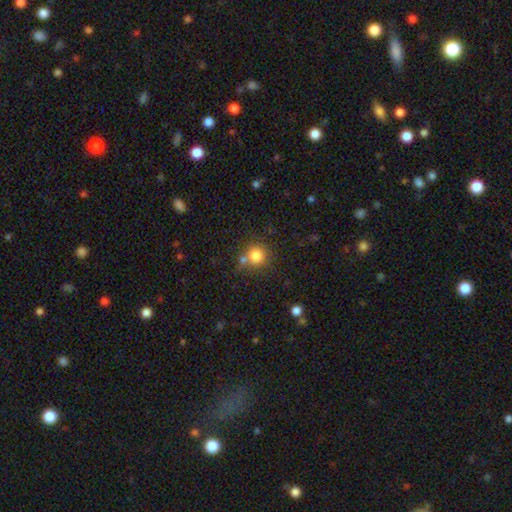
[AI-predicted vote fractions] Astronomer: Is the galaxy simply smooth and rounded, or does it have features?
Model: smooth — 81%.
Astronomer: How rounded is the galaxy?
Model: round — 92%.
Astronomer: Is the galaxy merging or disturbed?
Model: none — 66%.